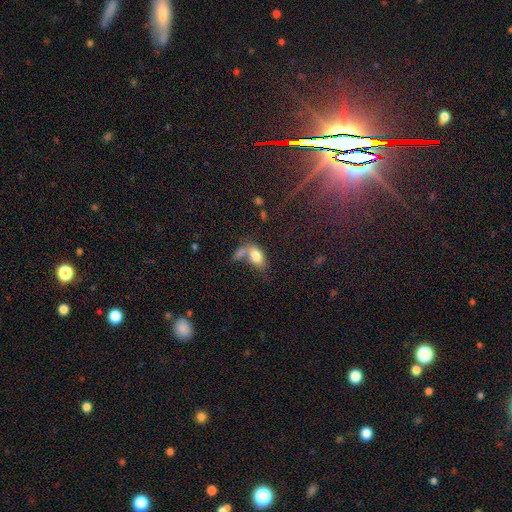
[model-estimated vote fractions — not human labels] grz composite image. It shows a smooth galaxy with no disk features (77%) that is in between round and cigar-shaped (90%). Merging: merger (45%).